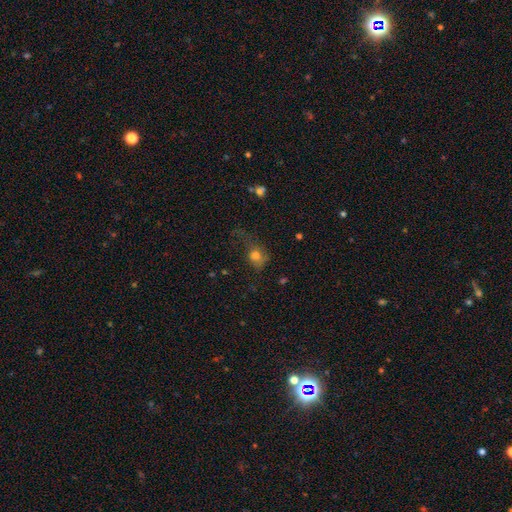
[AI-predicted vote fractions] This appears to be a smooth galaxy with no disk features (73%) that is round (58%). Merging: major disturbance (44%).